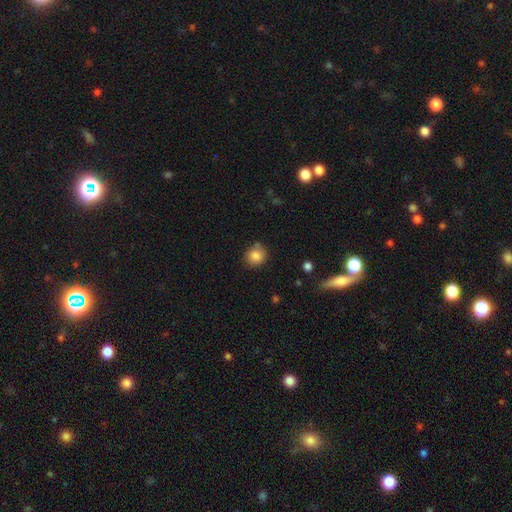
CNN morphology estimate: A smooth galaxy with no disk features (84%) that is round (82%). Merging: none (77%).